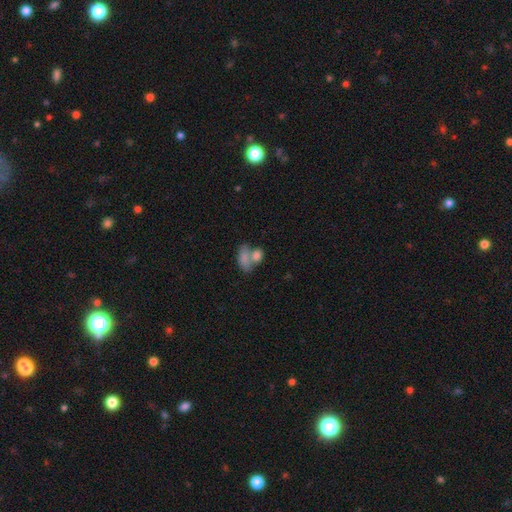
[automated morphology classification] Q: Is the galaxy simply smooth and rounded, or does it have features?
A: smooth — 80%.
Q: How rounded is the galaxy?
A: in between — 78%.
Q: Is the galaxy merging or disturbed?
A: merger — 57%.